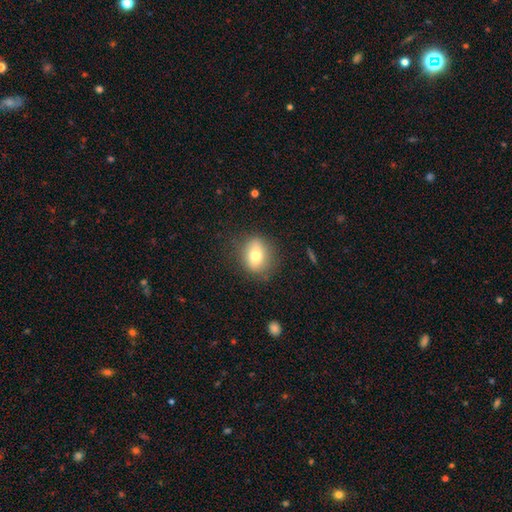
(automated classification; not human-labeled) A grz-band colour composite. It shows a smooth galaxy with no disk features (72%) that is in between round and cigar-shaped (53%). Merging: none (78%).